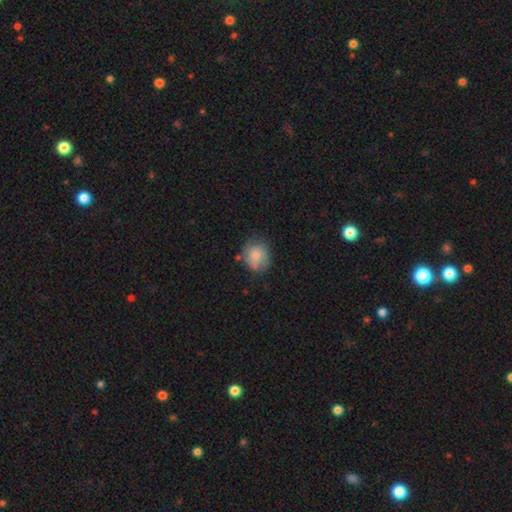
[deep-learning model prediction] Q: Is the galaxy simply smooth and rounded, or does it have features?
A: smooth — 74%.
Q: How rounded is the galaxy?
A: round — 70%.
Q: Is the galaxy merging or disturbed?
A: none — 64%.